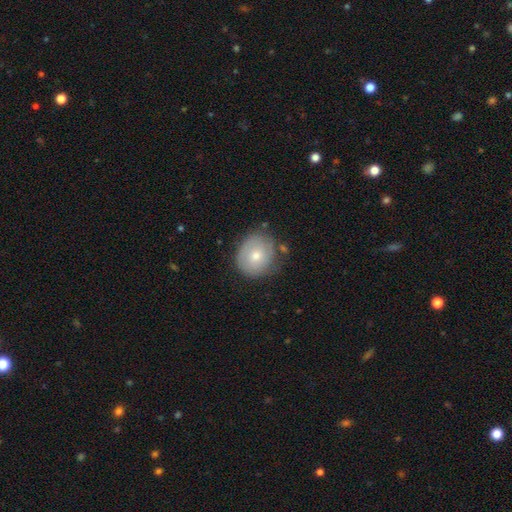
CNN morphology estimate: This appears to be a smooth galaxy with no disk features (64%) that is round (77%). Merging: none (71%).